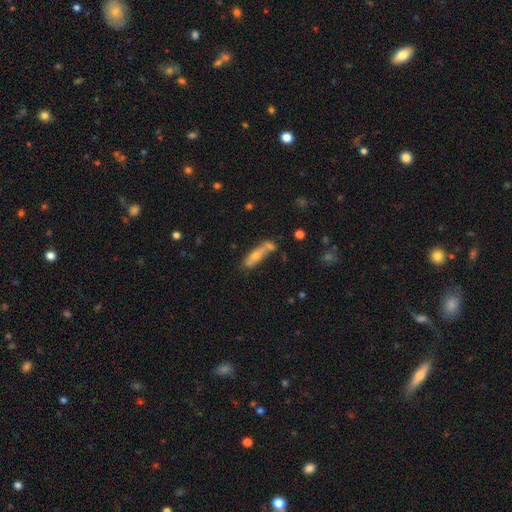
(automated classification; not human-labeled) Overall: smooth (54%; featured or disk 36%). How rounded: cigar-shaped (67%; in between 30%). Merging: none (45%; merger 26%).